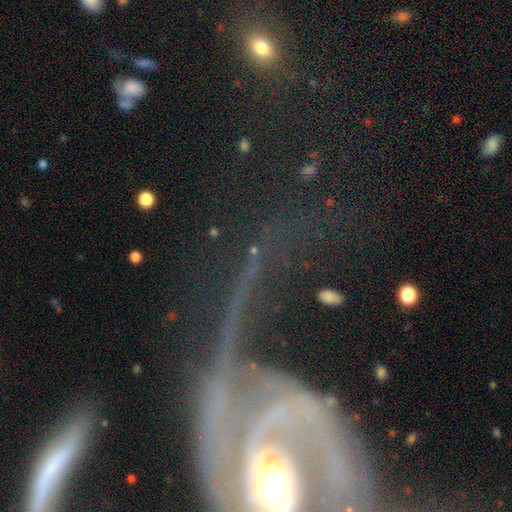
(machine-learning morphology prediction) Smooth or featured: featured or disk — 75% (star or artifact — 13%)
Edge-on disk: no — 90% (yes — 10%)
Bar: no — 46% (weak — 28%)
Spiral arms: yes — 79% (no — 21%)
Spiral winding: medium — 37% (loose — 33%)
Spiral arm count: 2 — 54% (can't tell — 15%)
Bulge size: moderate — 58% (small — 24%)
Merging: major disturbance — 38% (none — 34%)